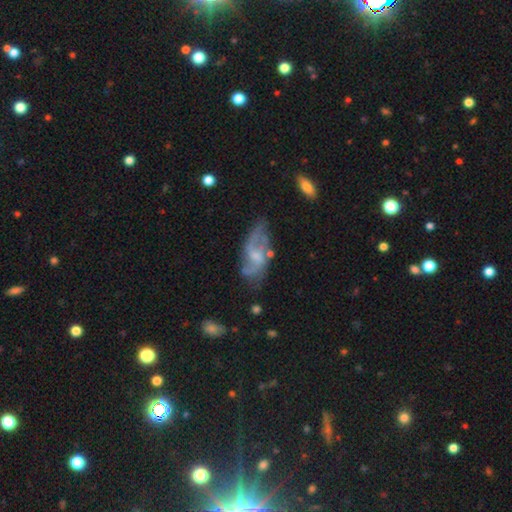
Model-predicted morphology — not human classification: Smooth or featured? featured or disk (74%)
Edge-on disk? no (94%)
Bar? weak (49%)
Spiral arms? yes (84%)
Spiral winding? loose (47%)
Spiral arm count? 2 (66%)
Bulge size? small (45%)
Merging? none (53%)